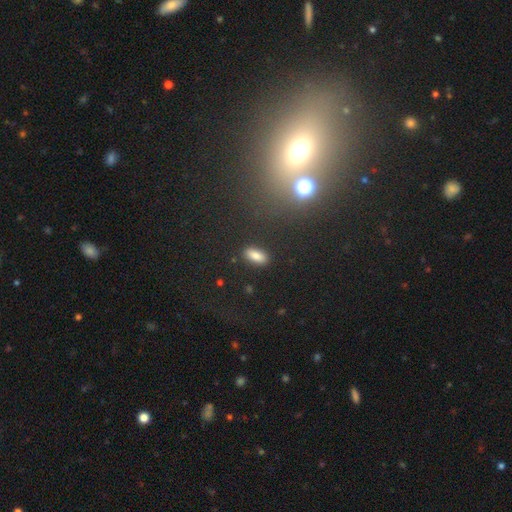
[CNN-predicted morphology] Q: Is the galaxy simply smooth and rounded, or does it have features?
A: smooth — 83%.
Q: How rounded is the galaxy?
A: in between — 84%.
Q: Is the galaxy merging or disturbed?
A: none — 88%.